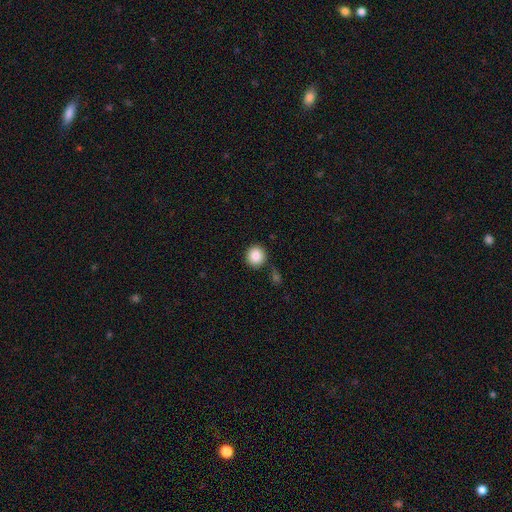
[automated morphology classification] The model was most divided on "merging": none: 81%, minor disturbance: 10%, merger: 6%, major disturbance: 3%. More confident: how rounded — round (91%); smooth or featured — smooth (86%).